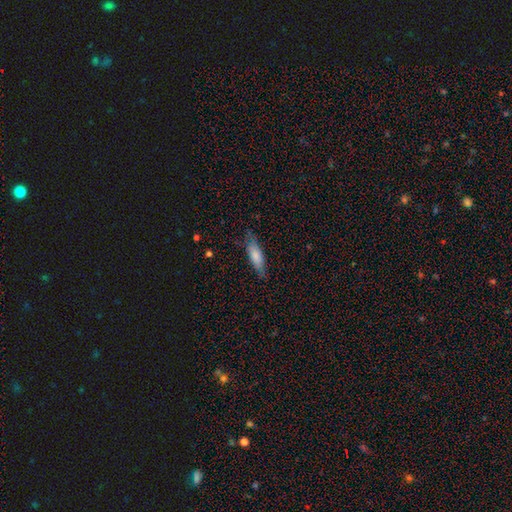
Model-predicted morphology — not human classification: This appears to be a smooth galaxy with no disk features (78%) that is in between round and cigar-shaped (50%). Merging: none (75%).